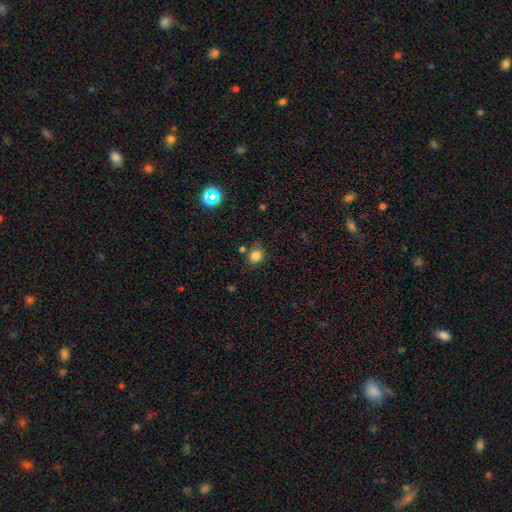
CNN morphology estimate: Smooth or featured? smooth (81%)
How rounded? round (66%)
Merging? none (76%)